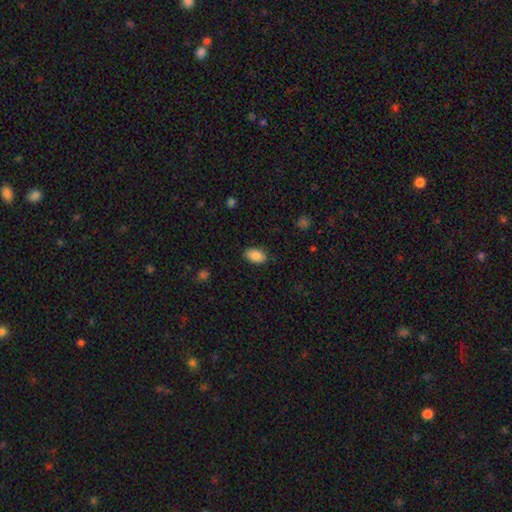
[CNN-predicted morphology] Overall: smooth (88%). How rounded: in between (92%). Merging: none (85%).